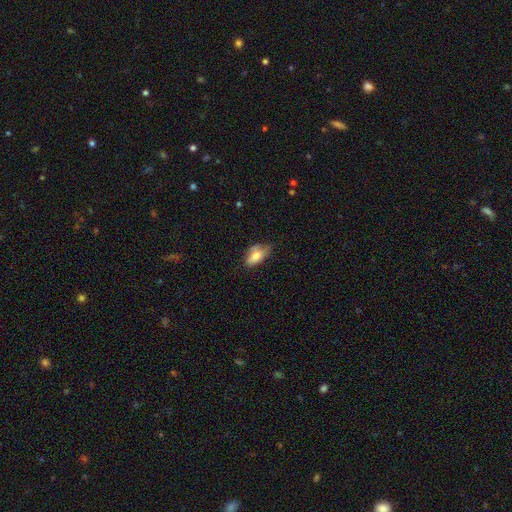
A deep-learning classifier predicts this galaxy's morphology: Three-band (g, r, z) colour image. It shows a smooth galaxy with no disk features (75%) that is in between round and cigar-shaped (90%). Merging: none (42%).